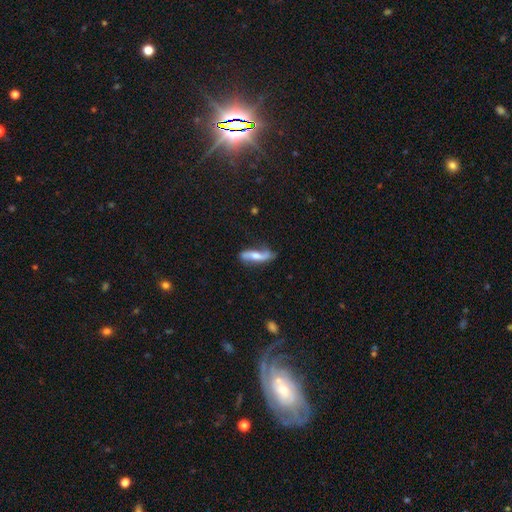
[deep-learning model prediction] The model was most divided on "smooth or featured": featured or disk: 54%, smooth: 39%, star or artifact: 6%. More confident: edge-on disk — no (65%); merging — none (61%).